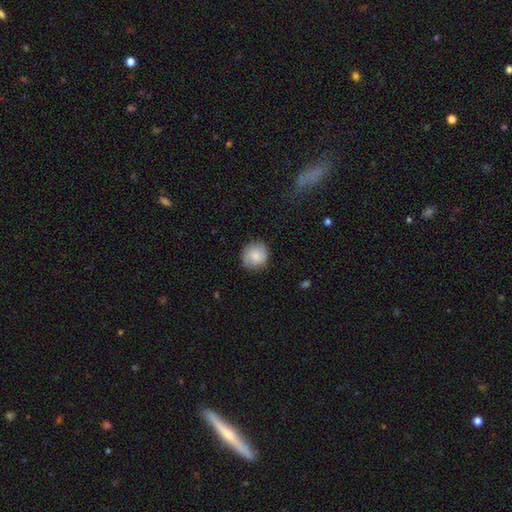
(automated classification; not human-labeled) This is clearly a smooth galaxy (81%). How rounded: clearly round (89%). Merging: clearly none (86%).